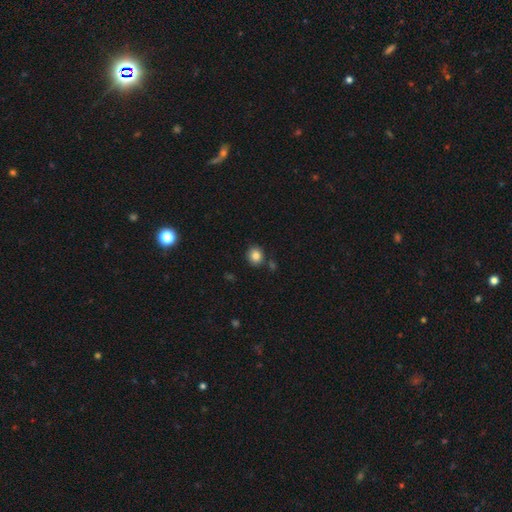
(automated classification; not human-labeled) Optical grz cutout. It shows a smooth galaxy with no disk features (84%) that is round (80%). Merging: none (82%).